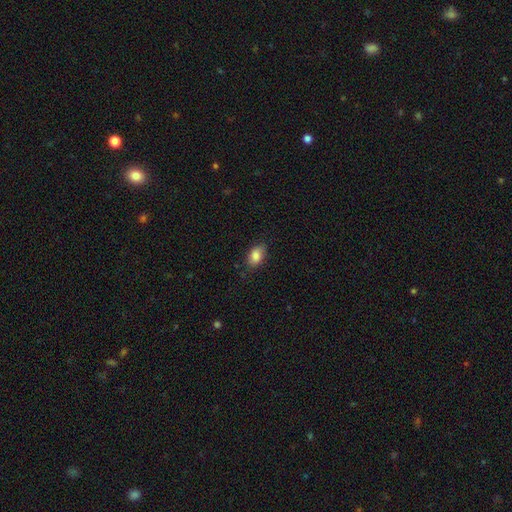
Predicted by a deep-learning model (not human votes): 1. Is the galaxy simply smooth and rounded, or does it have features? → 86% smooth, 8% star or artifact, 6% featured or disk.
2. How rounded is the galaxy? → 87% in between, 11% round, 2% cigar-shaped.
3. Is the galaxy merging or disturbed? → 82% none, 14% minor disturbance, 3% major disturbance, 1% merger.